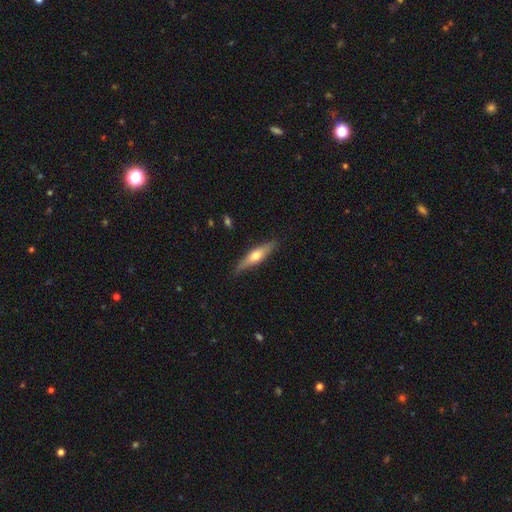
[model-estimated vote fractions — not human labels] smooth_or_featured: featured or disk (p=0.49) [alt: smooth p=0.45]
merging: none (p=0.84) [alt: minor disturbance p=0.13]